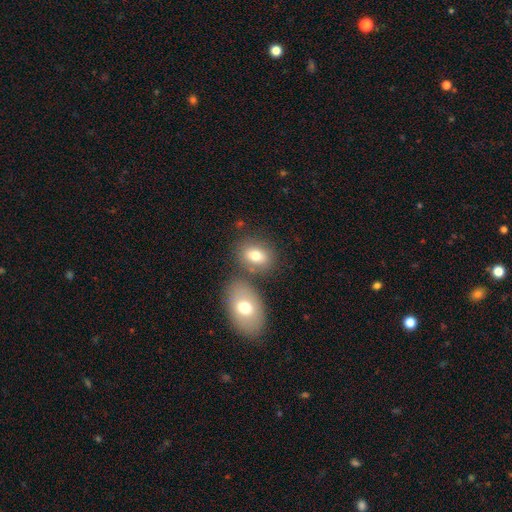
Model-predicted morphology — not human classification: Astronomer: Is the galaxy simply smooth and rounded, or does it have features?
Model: smooth — 75%.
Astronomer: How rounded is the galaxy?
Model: in between — 74%.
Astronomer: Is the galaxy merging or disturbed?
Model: none — 60%.